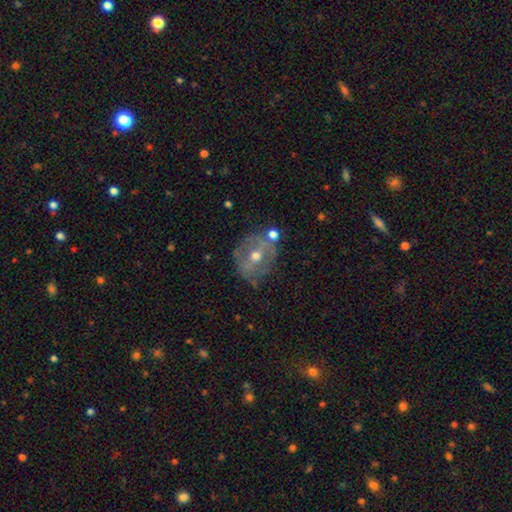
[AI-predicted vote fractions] Smooth or featured: featured or disk — 60% (smooth — 30%)
Edge-on disk: no — 93% (yes — 7%)
Bar: no — 42% (weak — 35%)
Spiral arms: no — 67% (yes — 33%)
Bulge size: moderate — 64% (small — 32%)
Merging: none — 64% (minor disturbance — 19%)